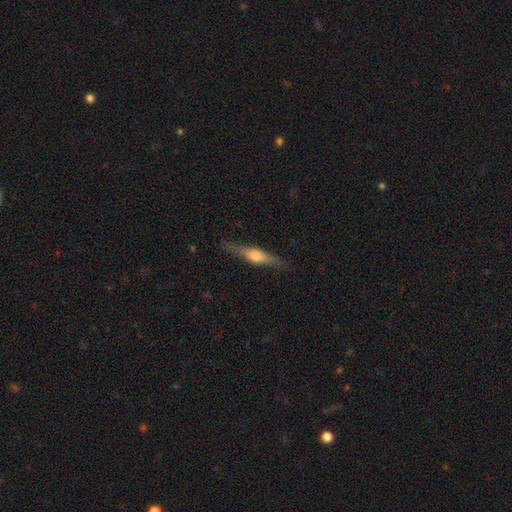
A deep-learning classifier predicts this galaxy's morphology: type=featured or disk (60%); edge-on=yes (95%); edge-on bulge=rounded (89%); merging=none (86%).